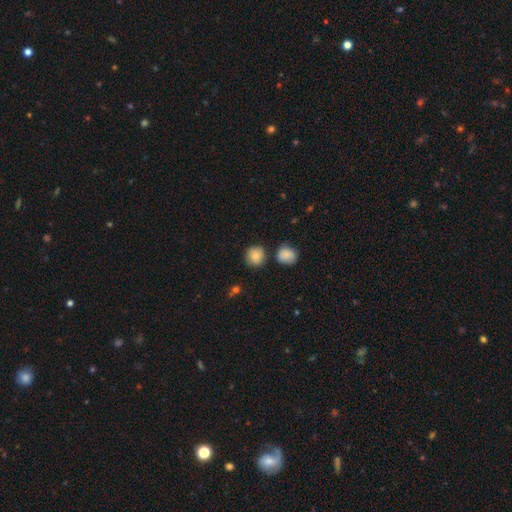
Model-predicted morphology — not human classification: Smooth or featured: smooth — 84% (star or artifact — 9%)
How rounded: round — 88% (in between — 11%)
Merging: none — 77% (minor disturbance — 12%)